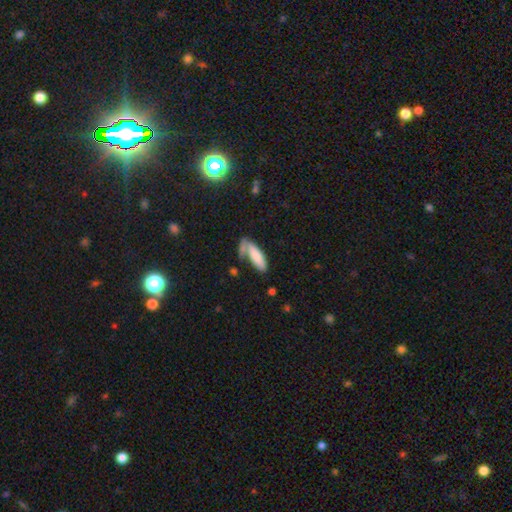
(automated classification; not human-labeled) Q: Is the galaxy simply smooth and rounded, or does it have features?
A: smooth — 80%.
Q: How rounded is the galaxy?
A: in between — 52%.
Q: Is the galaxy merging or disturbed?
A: none — 48%.